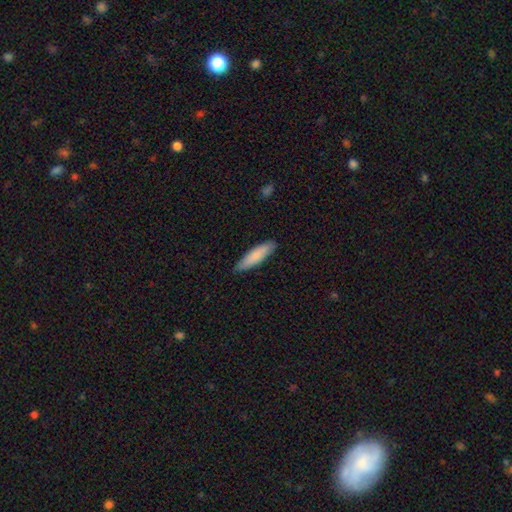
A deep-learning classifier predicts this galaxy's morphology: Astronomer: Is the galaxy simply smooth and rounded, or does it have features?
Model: smooth — 84%.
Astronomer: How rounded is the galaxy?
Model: cigar-shaped — 69%.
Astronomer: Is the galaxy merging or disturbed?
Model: none — 85%.